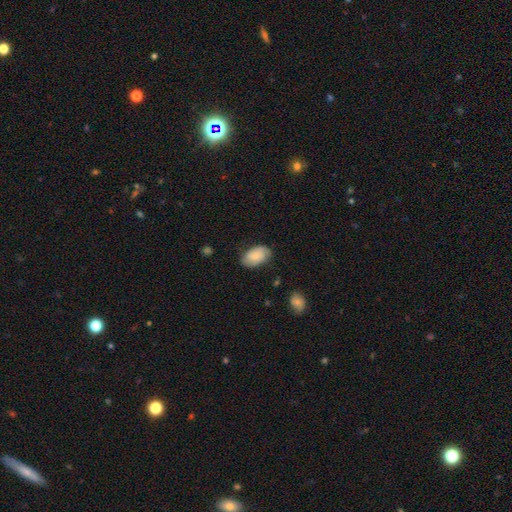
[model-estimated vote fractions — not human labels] The model was most divided on "smooth or featured": smooth: 59%, featured or disk: 34%, star or artifact: 7%. More confident: how rounded — in between (92%); merging — none (72%).